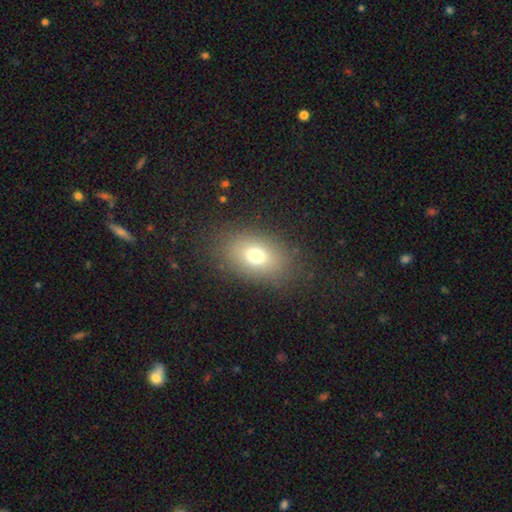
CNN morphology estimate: A smooth galaxy with no disk features (72%) that is in between round and cigar-shaped (78%).

Vote fractions:
- Smooth or featured? smooth: 72% / featured or disk: 14% / star or artifact: 14%
- How rounded? in between: 78% / round: 20% / cigar-shaped: 1%
- Merging? none: 83% / minor disturbance: 10% / major disturbance: 5% / merger: 1%